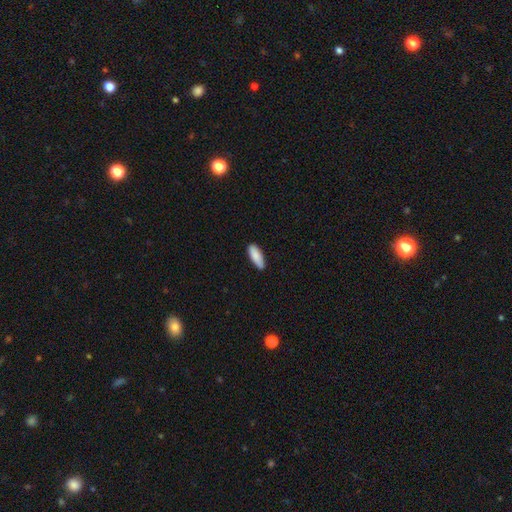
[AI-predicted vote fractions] Morphology: type=smooth (88%); roundness=in between (67%); merging=none (82%).